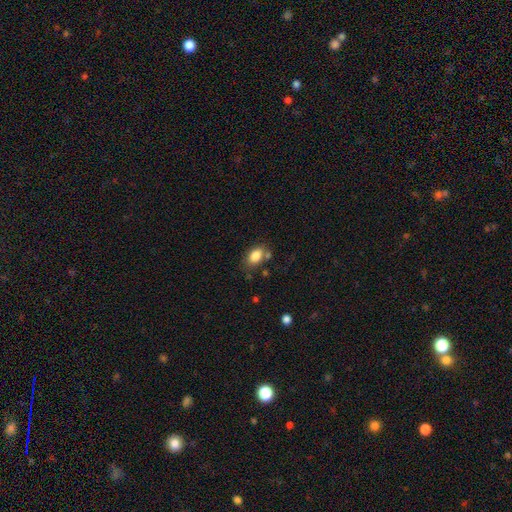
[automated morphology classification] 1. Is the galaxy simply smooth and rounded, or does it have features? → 83% smooth, 9% star or artifact, 8% featured or disk.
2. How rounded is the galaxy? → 83% in between, 16% round, 2% cigar-shaped.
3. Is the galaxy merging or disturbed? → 64% none, 19% minor disturbance, 12% merger, 6% major disturbance.